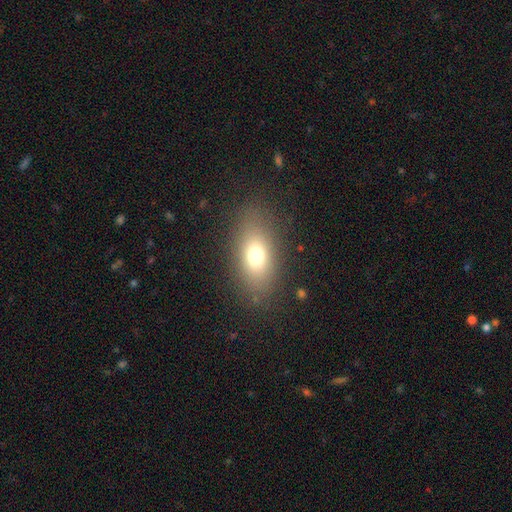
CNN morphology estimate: smooth_or_featured: smooth (p=0.72) [alt: featured or disk p=0.15]
how_rounded: in between (p=0.82) [alt: round p=0.13]
merging: none (p=0.80) [alt: minor disturbance p=0.11]